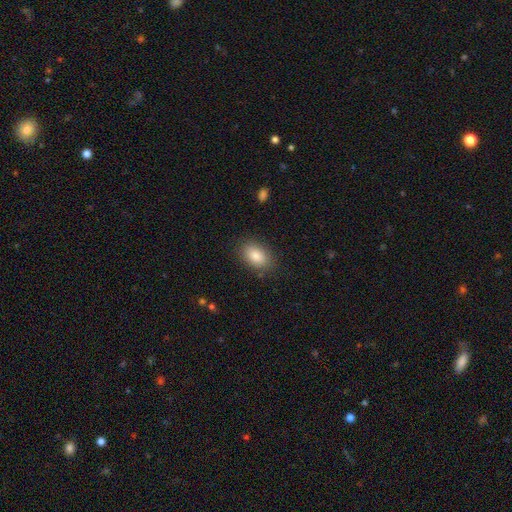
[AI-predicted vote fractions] This is clearly a smooth galaxy (84%). How rounded: clearly in between (88%). Merging: clearly none (85%).